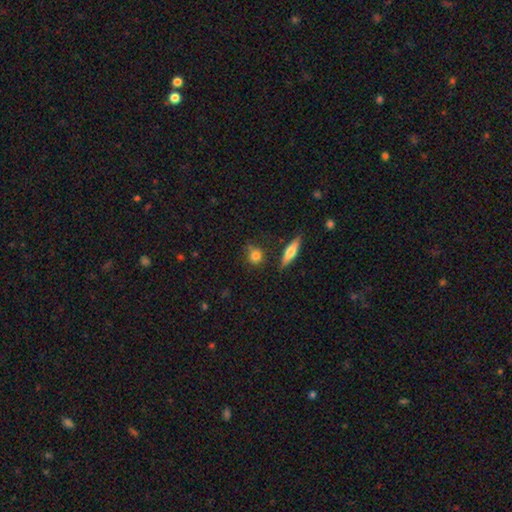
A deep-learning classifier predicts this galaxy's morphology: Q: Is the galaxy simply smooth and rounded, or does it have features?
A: smooth — 80%.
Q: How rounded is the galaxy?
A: round — 75%.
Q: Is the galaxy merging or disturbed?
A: none — 76%.